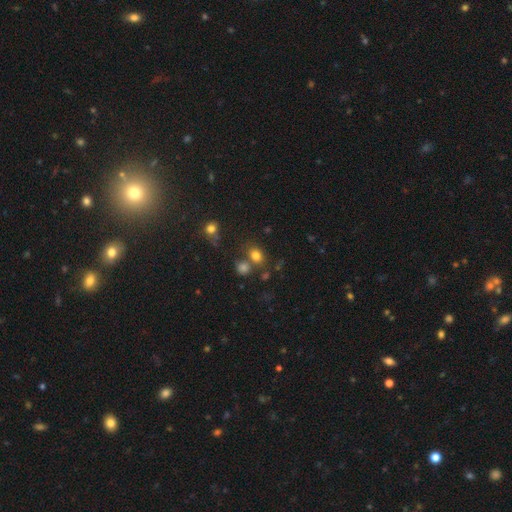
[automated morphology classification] Q: Smooth or featured?
A: smooth (78%); runner-up: star or artifact (15%)
Q: How rounded?
A: in between (52%); runner-up: round (47%)
Q: Merging?
A: none (63%); runner-up: merger (20%)